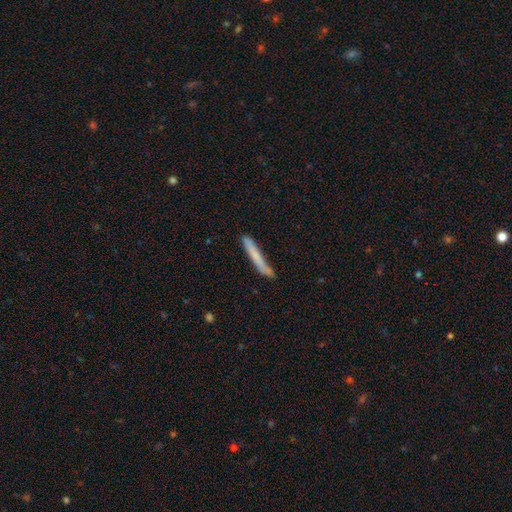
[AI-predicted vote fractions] This is likely a smooth galaxy (71%). How rounded: clearly cigar-shaped (96%). Merging: likely none (76%).